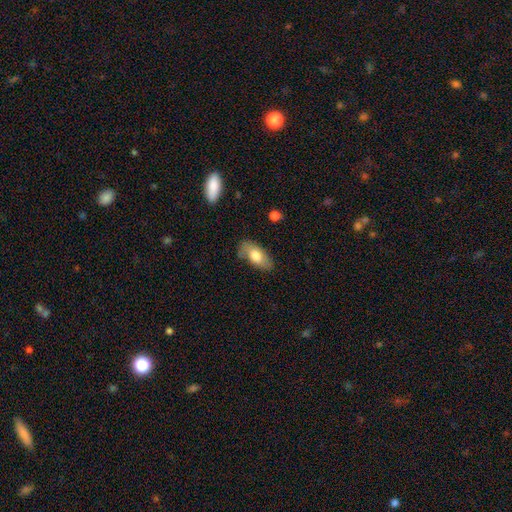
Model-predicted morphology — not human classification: This appears to be a smooth galaxy with no disk features (74%) that is in between round and cigar-shaped (90%). Merging: none (75%).